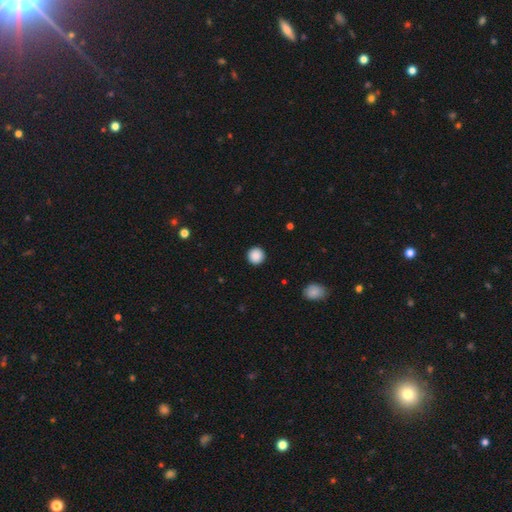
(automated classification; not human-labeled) smooth_or_featured: smooth (p=0.88) [alt: star or artifact p=0.09]
how_rounded: round (p=0.96) [alt: in between p=0.03]
merging: none (p=0.93) [alt: minor disturbance p=0.04]